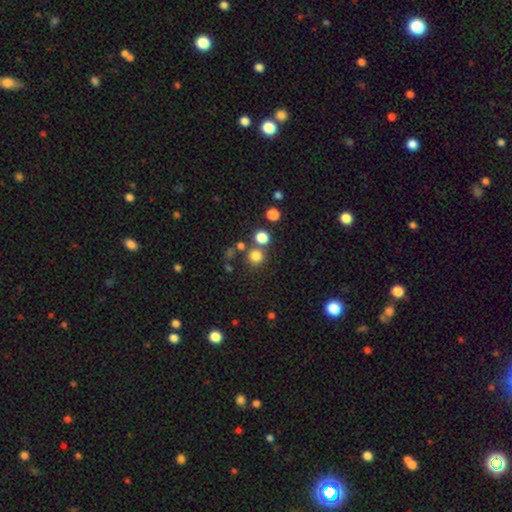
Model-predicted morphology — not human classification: Overall: smooth (78%). How rounded: round (93%). Merging: none (74%).